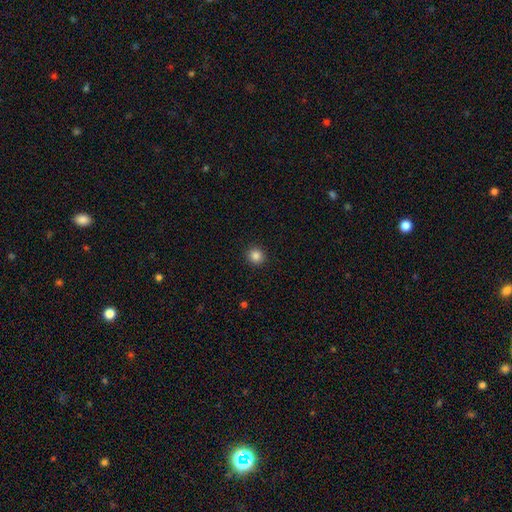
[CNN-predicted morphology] smooth_or_featured: smooth (p=0.85) [alt: star or artifact p=0.11]
how_rounded: round (p=0.93) [alt: in between p=0.06]
merging: none (p=0.92) [alt: minor disturbance p=0.05]